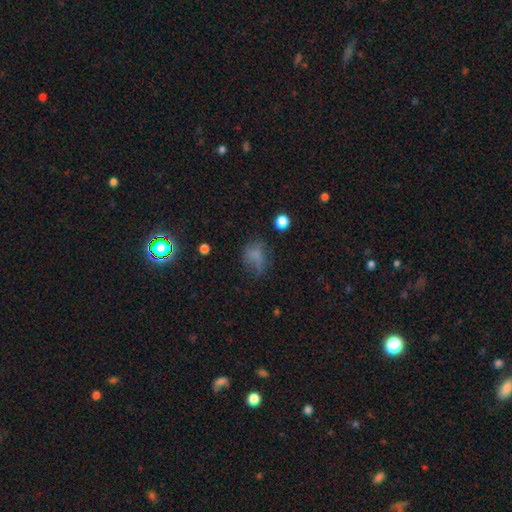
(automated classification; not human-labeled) A smooth galaxy with no disk features (63%) that is in between round and cigar-shaped (57%). Merging: none (45%).